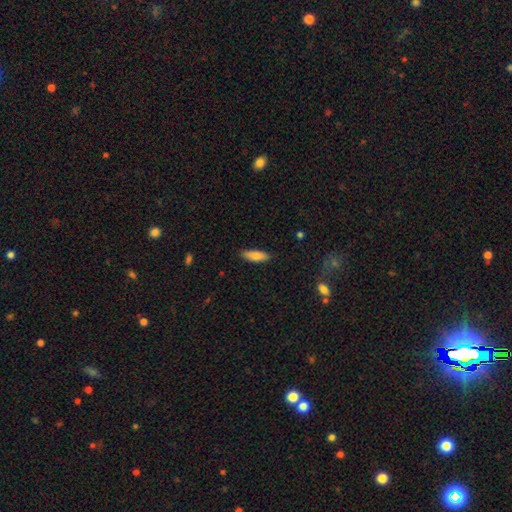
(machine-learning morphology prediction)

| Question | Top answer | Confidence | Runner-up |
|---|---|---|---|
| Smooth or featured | smooth | 79% | featured or disk (14%) |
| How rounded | in between | 55% | cigar-shaped (43%) |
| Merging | none | 86% | minor disturbance (11%) |